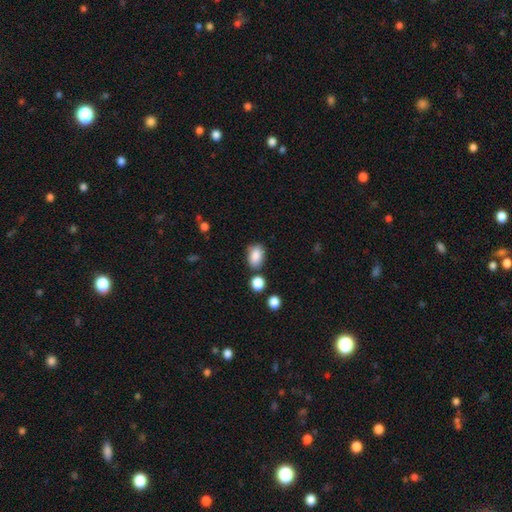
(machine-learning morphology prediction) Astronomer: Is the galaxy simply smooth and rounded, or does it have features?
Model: smooth — 87%.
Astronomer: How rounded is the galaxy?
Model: in between — 81%.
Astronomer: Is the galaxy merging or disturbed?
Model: none — 70%.